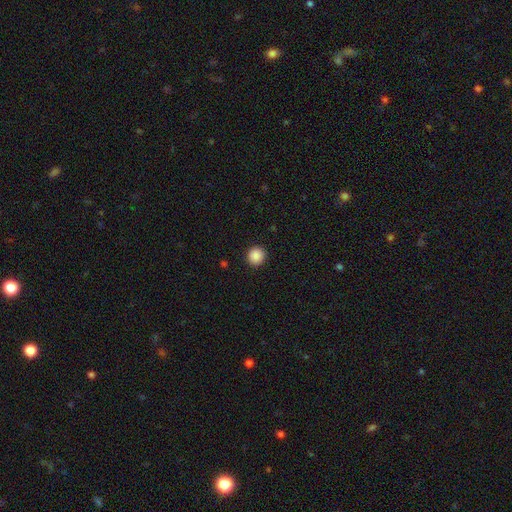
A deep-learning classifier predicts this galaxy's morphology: Overall: smooth (88%). How rounded: round (94%). Merging: none (92%).